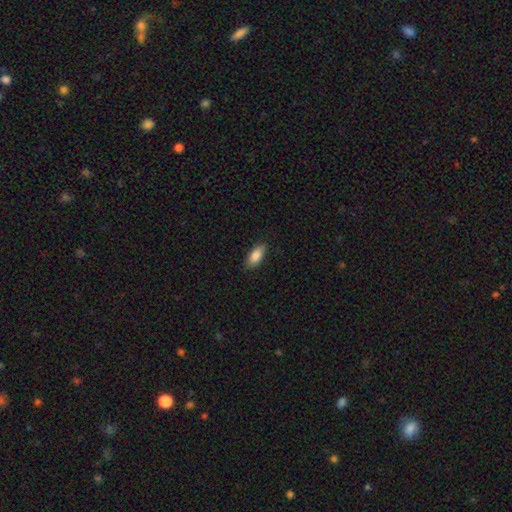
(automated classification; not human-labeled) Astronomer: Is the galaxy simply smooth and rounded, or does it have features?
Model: smooth — 87%.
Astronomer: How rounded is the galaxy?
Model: in between — 86%.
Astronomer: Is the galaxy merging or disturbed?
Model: none — 84%.